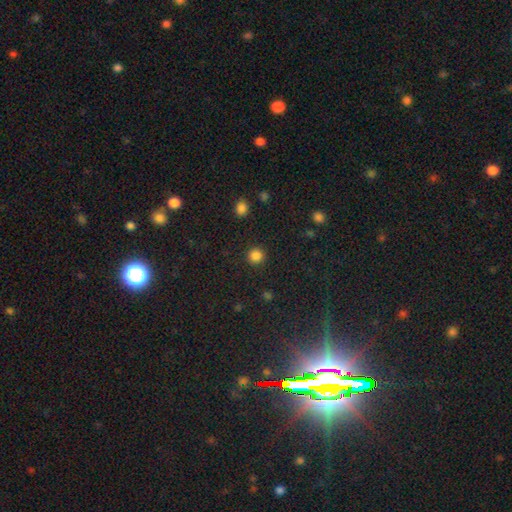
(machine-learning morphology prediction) Smooth or featured? smooth (85%)
How rounded? round (94%)
Merging? none (92%)